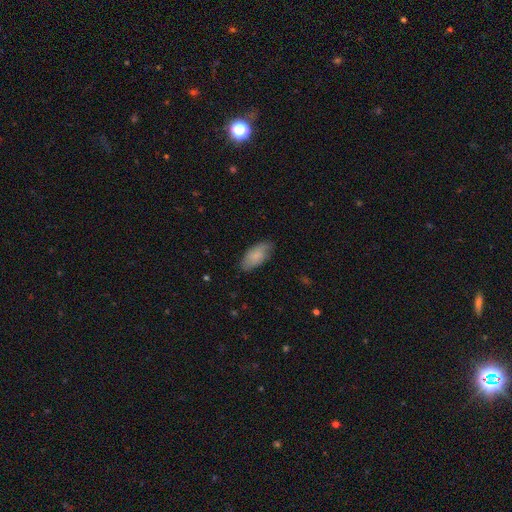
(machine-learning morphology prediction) This is likely a smooth galaxy (75%). How rounded: clearly in between (91%). Merging: likely none (74%).